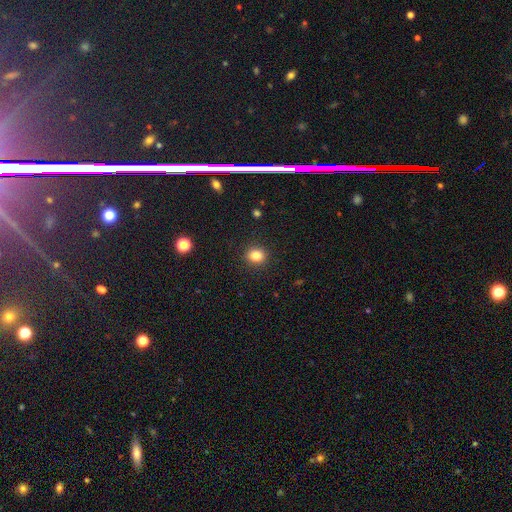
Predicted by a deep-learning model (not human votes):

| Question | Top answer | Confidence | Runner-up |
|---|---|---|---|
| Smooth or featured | smooth | 83% | star or artifact (12%) |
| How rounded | round | 73% | in between (26%) |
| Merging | none | 90% | minor disturbance (7%) |